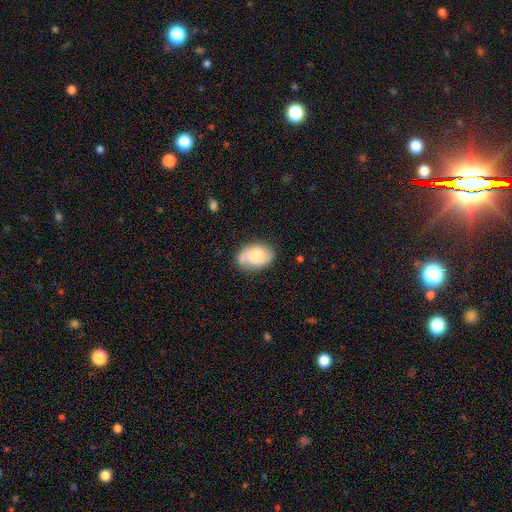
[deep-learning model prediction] smooth-or-featured: smooth: 47% | featured or disk: 46% | star or artifact: 7%
  merging: none: 68% | minor disturbance: 23% | major disturbance: 6% | merger: 3%